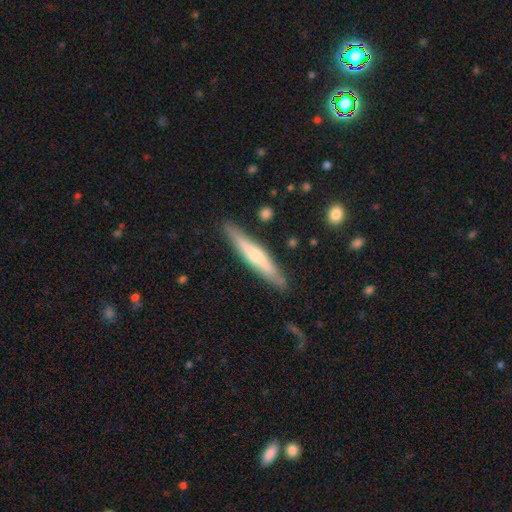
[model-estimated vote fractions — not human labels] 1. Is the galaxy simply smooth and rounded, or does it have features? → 51% smooth, 44% featured or disk, 5% star or artifact.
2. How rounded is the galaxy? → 93% cigar-shaped, 5% in between, 1% round.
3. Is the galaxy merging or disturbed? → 86% none, 10% minor disturbance, 2% major disturbance, 2% merger.